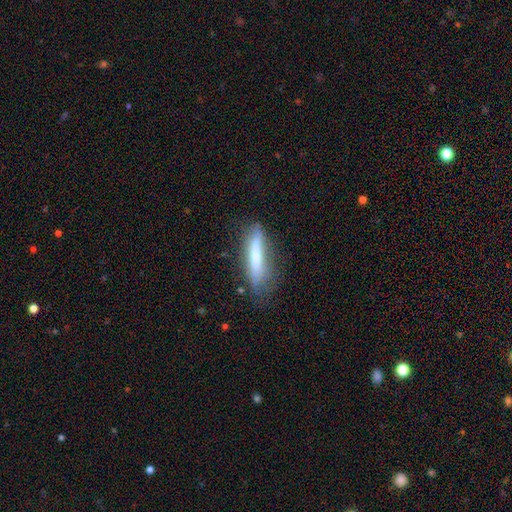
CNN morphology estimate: smooth_or_featured: smooth (p=0.50) [alt: featured or disk p=0.43]
how_rounded: cigar-shaped (p=0.79) [alt: in between p=0.19]
merging: none (p=0.60) [alt: minor disturbance p=0.26]